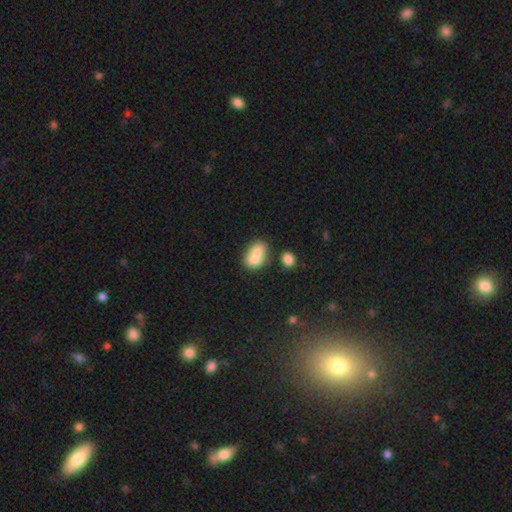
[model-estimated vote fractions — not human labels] smooth 72%, featured or disk 18%, star or artifact 9%. Down the decision tree: how rounded — in between (65%); merging — merger (62%).